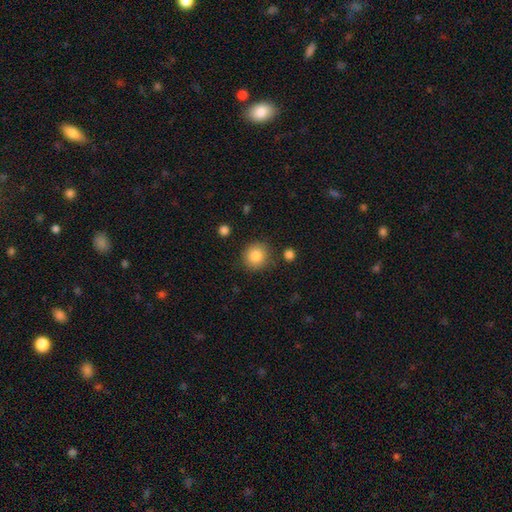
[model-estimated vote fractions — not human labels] Smooth or featured?
  - smooth: 85% *
  - star or artifact: 9%
  - featured or disk: 6%
How rounded?
  - round: 90% *
  - in between: 9%
  - cigar-shaped: 1%
Merging?
  - none: 85% *
  - minor disturbance: 9%
  - merger: 3%
  - major disturbance: 3%